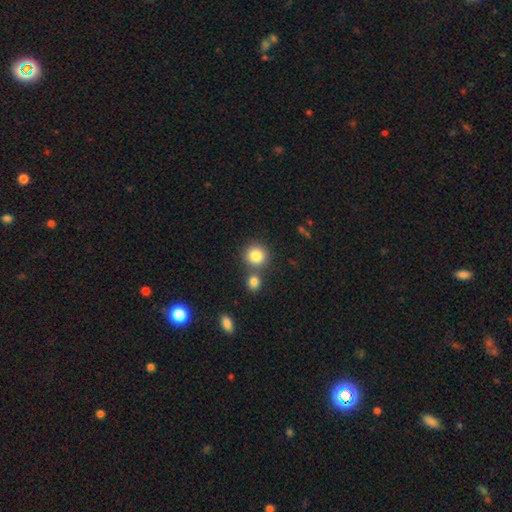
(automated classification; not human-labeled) Q: Smooth or featured?
A: smooth (84%); runner-up: star or artifact (10%)
Q: How rounded?
A: round (90%); runner-up: in between (9%)
Q: Merging?
A: none (67%); runner-up: merger (22%)